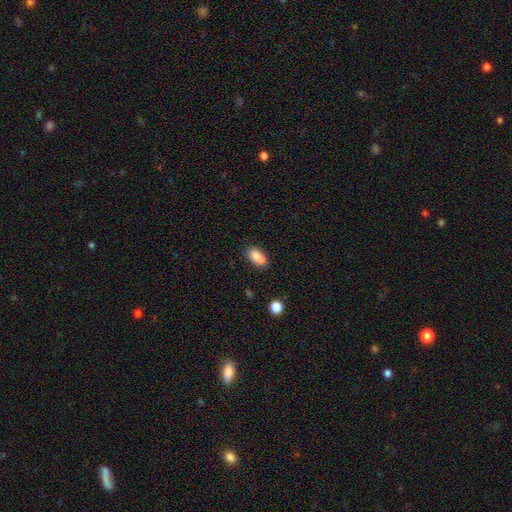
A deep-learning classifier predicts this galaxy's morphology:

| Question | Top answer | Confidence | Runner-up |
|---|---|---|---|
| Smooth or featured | smooth | 75% | featured or disk (15%) |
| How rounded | in between | 77% | round (19%) |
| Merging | merger | 47% | none (37%) |